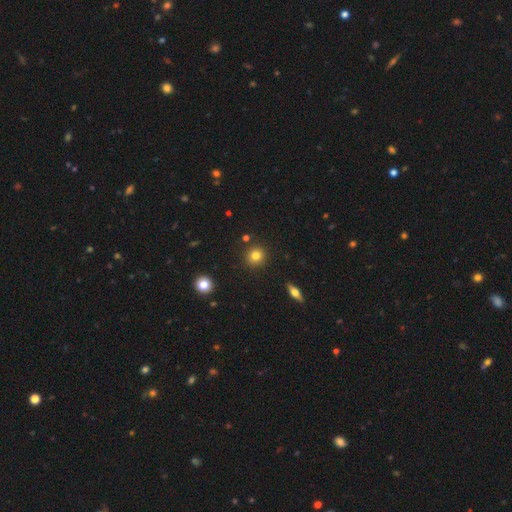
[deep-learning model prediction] The model was most divided on "smooth or featured": smooth: 80%, star or artifact: 12%, featured or disk: 8%. More confident: how rounded — round (92%); merging — none (90%).